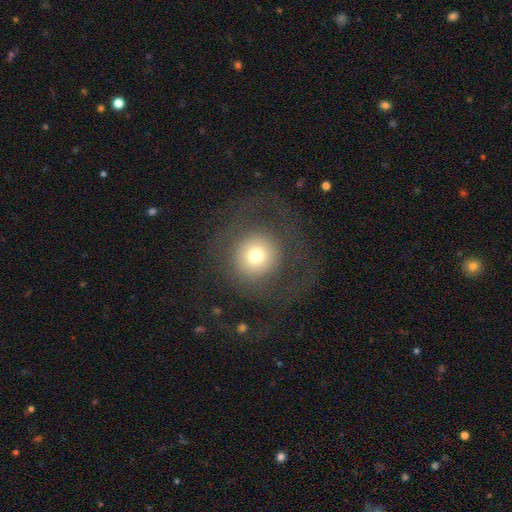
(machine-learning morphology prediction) Smooth or featured? smooth (66%)
How rounded? round (93%)
Merging? none (67%)